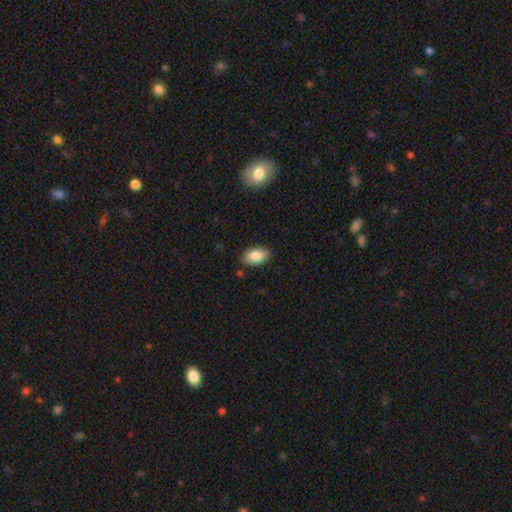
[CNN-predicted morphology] This is clearly a smooth galaxy (86%). How rounded: clearly in between (92%). Merging: clearly none (84%).